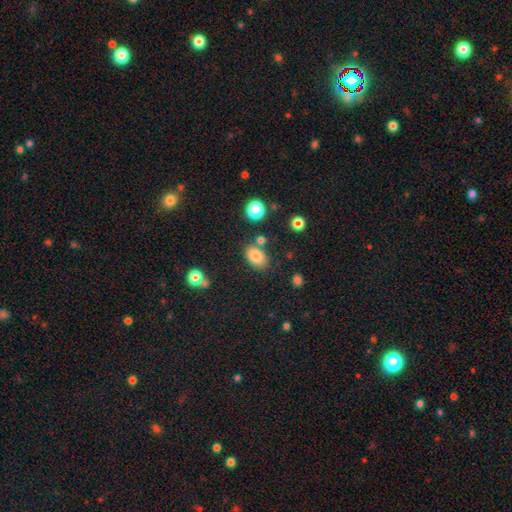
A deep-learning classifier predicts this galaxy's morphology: type=smooth (81%); roundness=in between (83%); merging=none (75%).